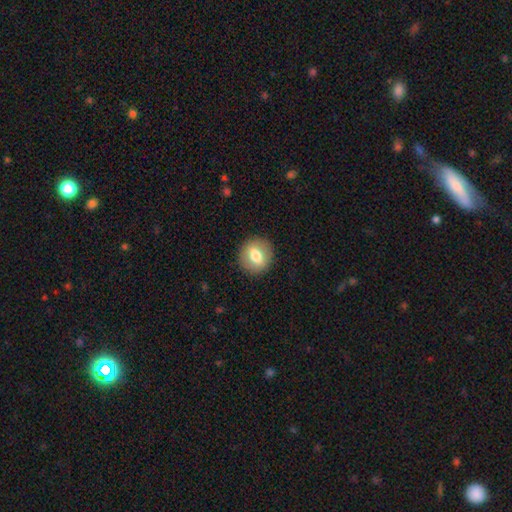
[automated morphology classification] smooth-or-featured: smooth: 68% | featured or disk: 24% | star or artifact: 8%
  how-rounded: round: 81% | in between: 18% | cigar-shaped: 1%
  merging: none: 89% | minor disturbance: 7% | major disturbance: 3% | merger: 1%